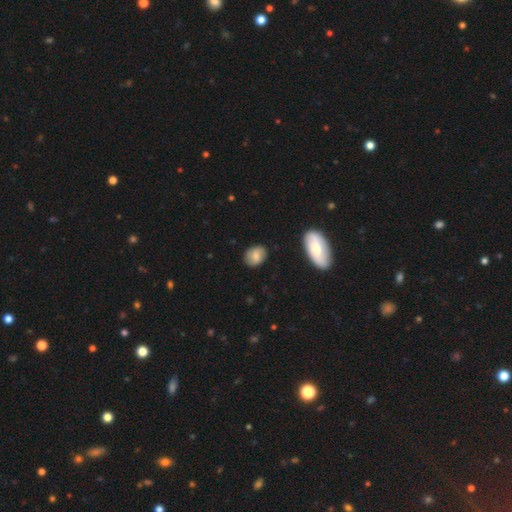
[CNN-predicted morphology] A smooth galaxy with no disk features (76%) that is in between round and cigar-shaped (63%). Merging: none (83%).